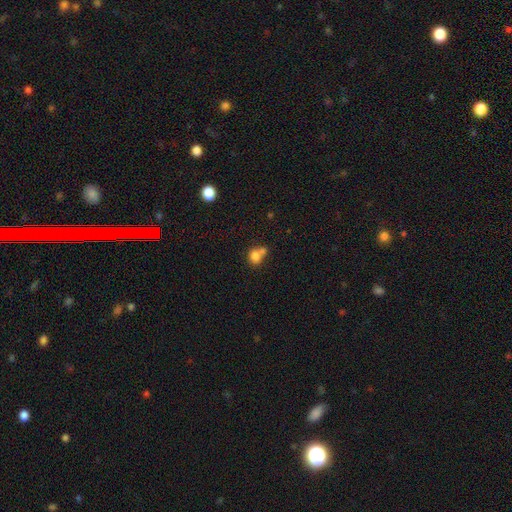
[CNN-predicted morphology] The model was most divided on "merging": merger: 52%, none: 34%, minor disturbance: 9%, major disturbance: 4%. More confident: smooth or featured — smooth (78%); how rounded — round (63%).